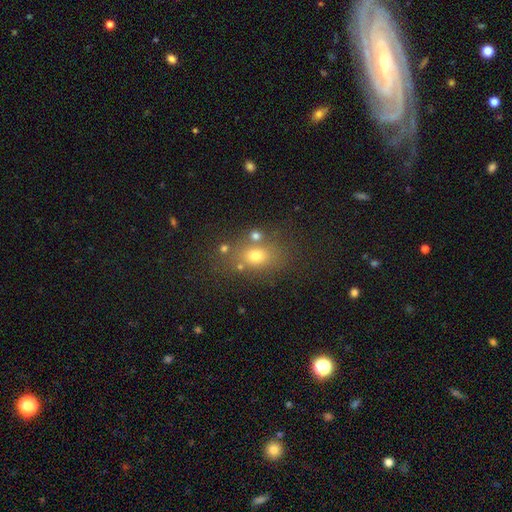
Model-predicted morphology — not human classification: Smooth or featured?
  - smooth: 67% *
  - star or artifact: 18%
  - featured or disk: 14%
How rounded?
  - in between: 58% *
  - round: 40%
  - cigar-shaped: 2%
Merging?
  - none: 69% *
  - merger: 13%
  - minor disturbance: 13%
  - major disturbance: 5%